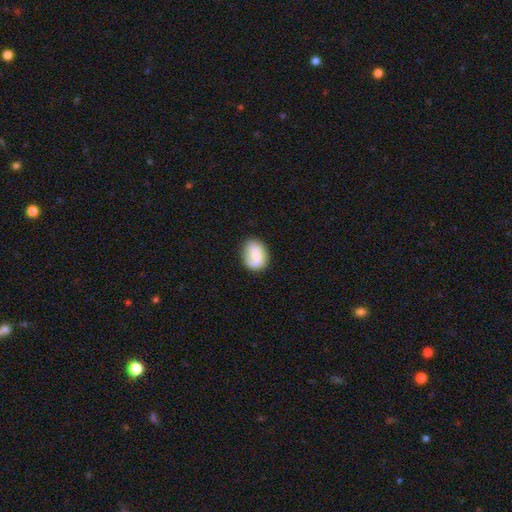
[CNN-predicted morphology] Q: Smooth or featured?
A: smooth (51%); runner-up: featured or disk (42%)
Q: How rounded?
A: in between (55%); runner-up: round (44%)
Q: Merging?
A: none (77%); runner-up: minor disturbance (17%)